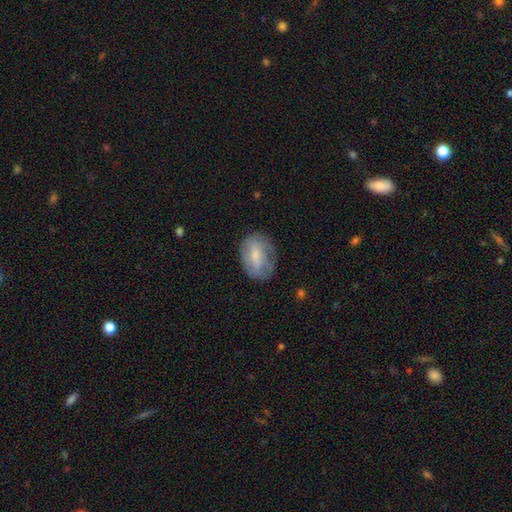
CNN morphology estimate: This appears to be a smooth galaxy with no disk features (58%) that is in between round and cigar-shaped (73%). Merging: none (69%).